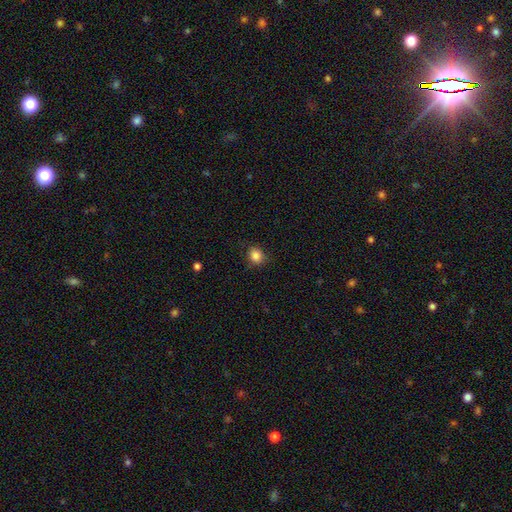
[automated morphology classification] type=smooth (85%); roundness=round (77%); merging=none (84%).